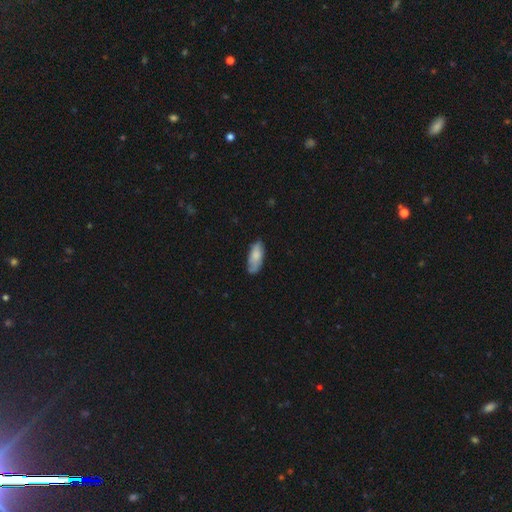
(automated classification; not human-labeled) This is likely a smooth galaxy (77%). How rounded: clearly in between (83%). Merging: likely none (69%).